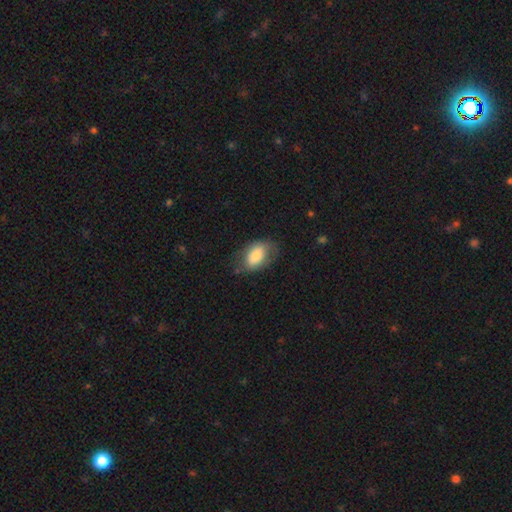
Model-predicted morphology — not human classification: smooth_or_featured: smooth (p=0.78) [alt: featured or disk p=0.16]
how_rounded: in between (p=0.89) [alt: round p=0.10]
merging: none (p=0.64) [alt: minor disturbance p=0.25]